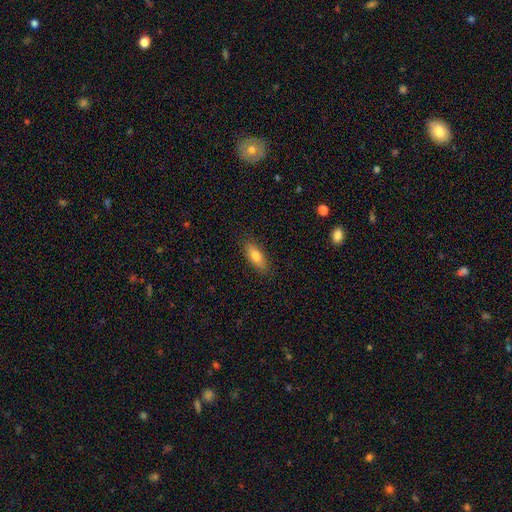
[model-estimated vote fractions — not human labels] This appears to be a smooth galaxy with no disk features (77%) that is in between round and cigar-shaped (70%). Merging: none (87%).